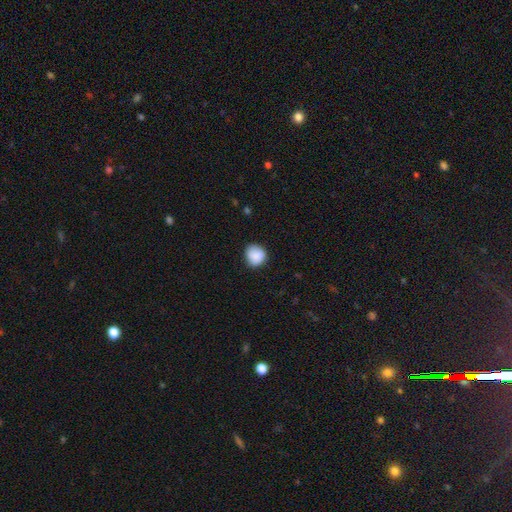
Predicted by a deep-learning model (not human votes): Morphology: type=smooth (87%); roundness=round (86%); merging=none (81%).